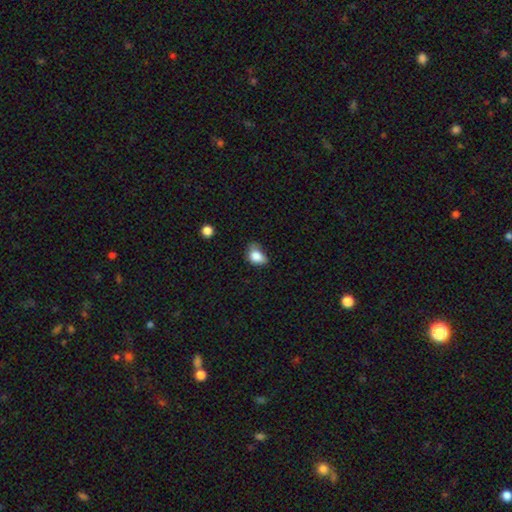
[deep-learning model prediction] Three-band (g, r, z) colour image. It shows a smooth galaxy with no disk features (82%) that is in between round and cigar-shaped (70%). Merging: minor disturbance (45%).